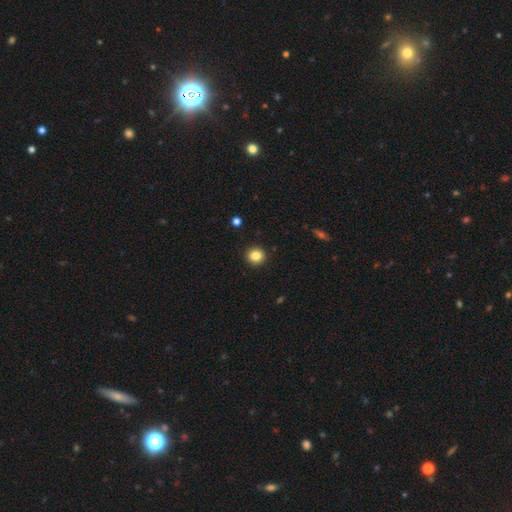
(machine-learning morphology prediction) smooth_or_featured: smooth (p=0.84) [alt: star or artifact p=0.11]
how_rounded: round (p=0.93) [alt: in between p=0.06]
merging: none (p=0.93) [alt: minor disturbance p=0.05]